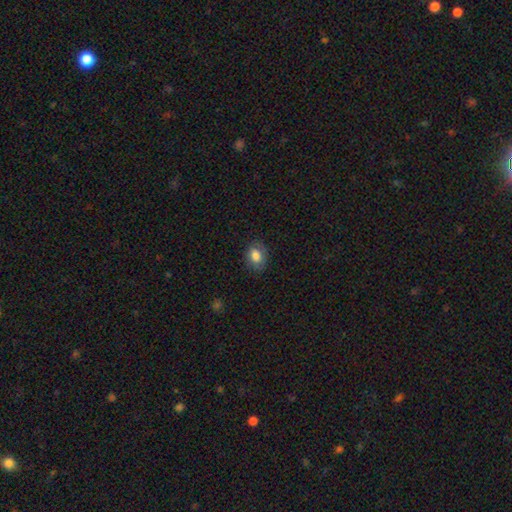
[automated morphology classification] A smooth galaxy with no disk features (80%) that is in between round and cigar-shaped (68%). Merging: none (81%).